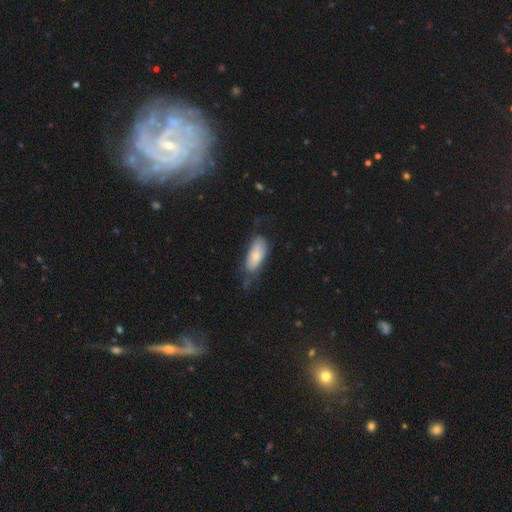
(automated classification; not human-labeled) Smooth or featured?
  - smooth: 64% *
  - featured or disk: 30%
  - star or artifact: 6%
How rounded?
  - in between: 85% *
  - cigar-shaped: 13%
  - round: 2%
Merging?
  - none: 44% *
  - minor disturbance: 34%
  - major disturbance: 20%
  - merger: 2%